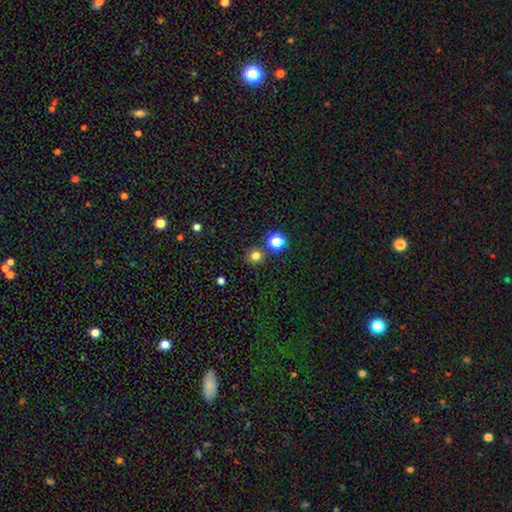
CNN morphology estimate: Smooth or featured? smooth (79%)
How rounded? round (92%)
Merging? none (83%)